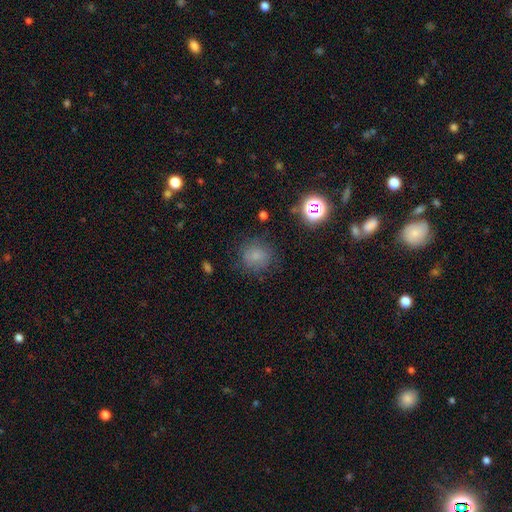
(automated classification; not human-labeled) smooth 73%, star or artifact 18%, featured or disk 9%. Down the decision tree: how rounded — round (88%); merging — none (80%).